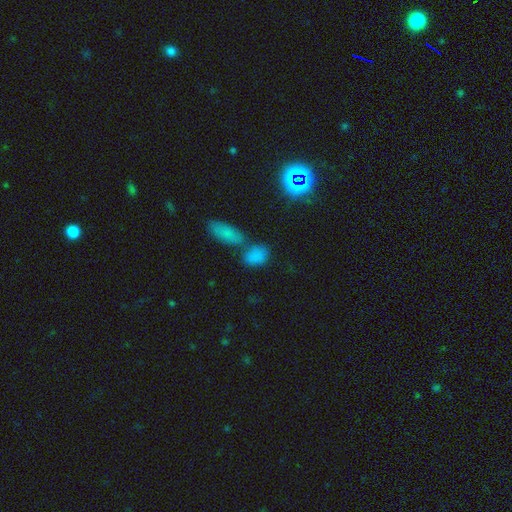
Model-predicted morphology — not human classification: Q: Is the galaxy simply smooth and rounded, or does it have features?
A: smooth — 79%.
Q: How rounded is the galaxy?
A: in between — 77%.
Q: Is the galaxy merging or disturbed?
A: none — 49%.